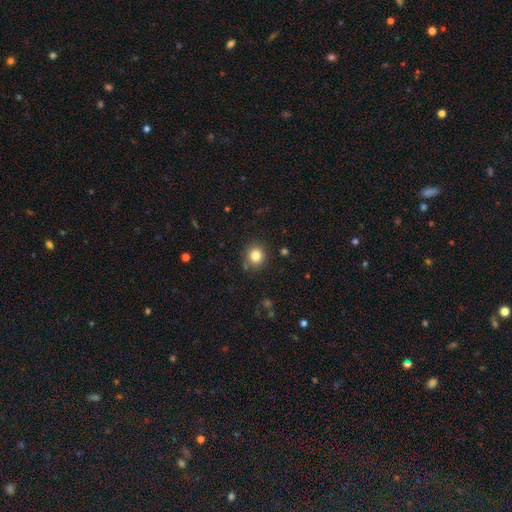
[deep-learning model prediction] Smooth or featured? smooth (82%)
How rounded? round (88%)
Merging? none (86%)